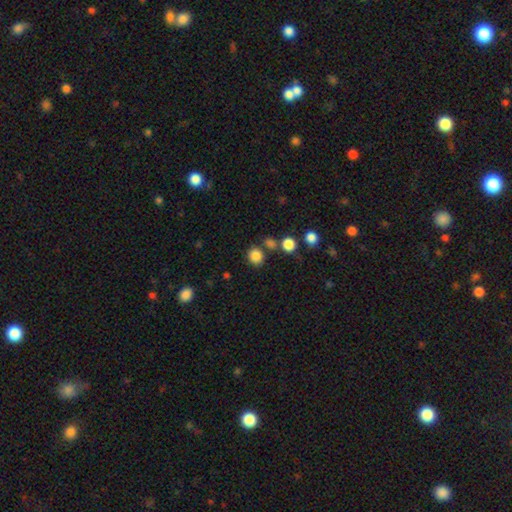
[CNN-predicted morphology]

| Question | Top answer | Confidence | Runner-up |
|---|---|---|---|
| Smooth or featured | smooth | 84% | star or artifact (12%) |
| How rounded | round | 76% | in between (23%) |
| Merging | none | 77% | merger (10%) |